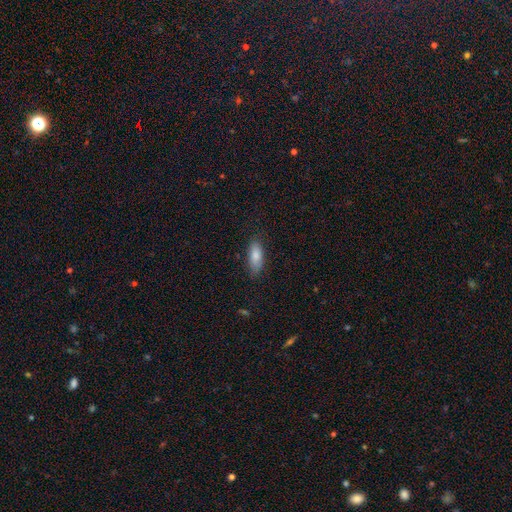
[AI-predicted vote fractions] The model was most divided on "how rounded": in between: 78%, cigar-shaped: 20%, round: 2%. More confident: smooth or featured — smooth (81%); merging — none (78%).